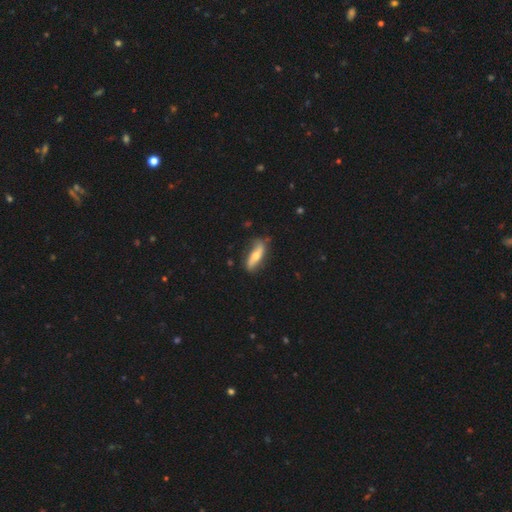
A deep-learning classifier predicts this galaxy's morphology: smooth-or-featured: featured or disk: 48% | smooth: 47% | star or artifact: 6%
  merging: none: 73% | minor disturbance: 20% | major disturbance: 4% | merger: 2%